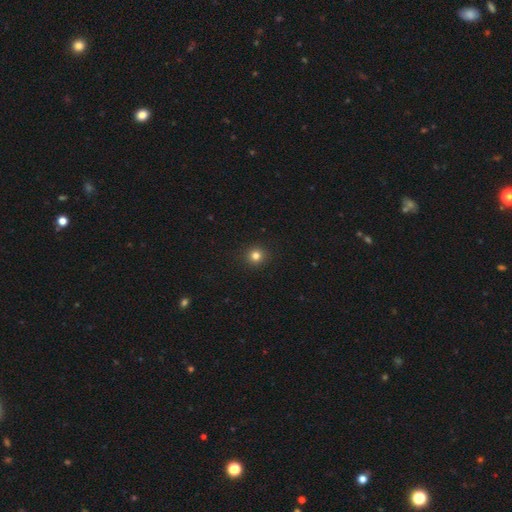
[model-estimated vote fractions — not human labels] Smooth or featured? smooth (81%)
How rounded? round (93%)
Merging? none (93%)